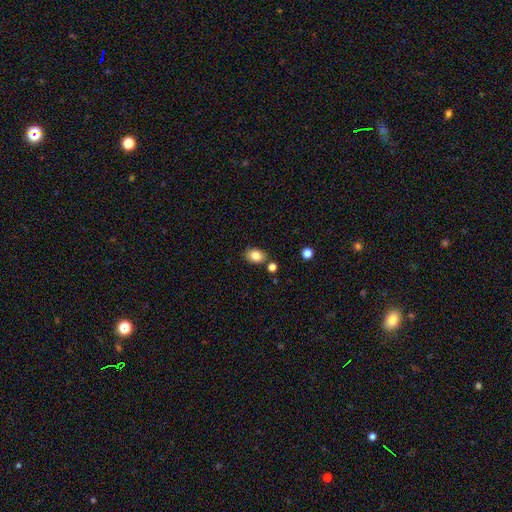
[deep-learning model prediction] Overall: smooth (84%). How rounded: in between (73%). Merging: none (80%).